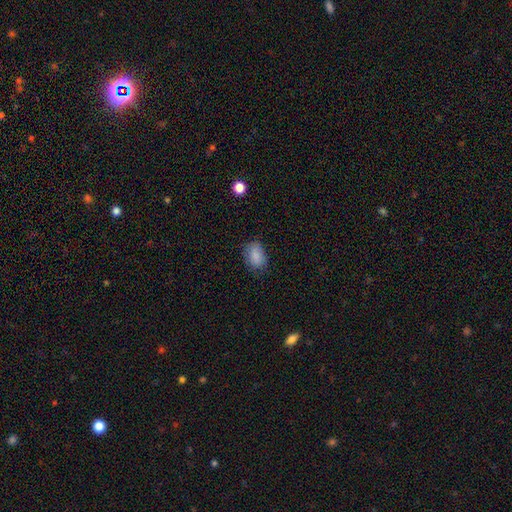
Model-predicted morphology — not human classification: smooth 86%, star or artifact 8%, featured or disk 5%. Down the decision tree: how rounded — in between (81%); merging — none (74%).